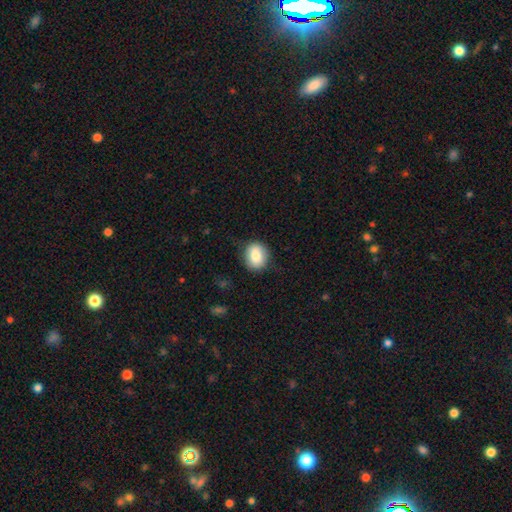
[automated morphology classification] The model was most divided on "how rounded": round: 59%, in between: 40%, cigar-shaped: 1%. More confident: merging — none (82%); smooth or featured — smooth (81%).